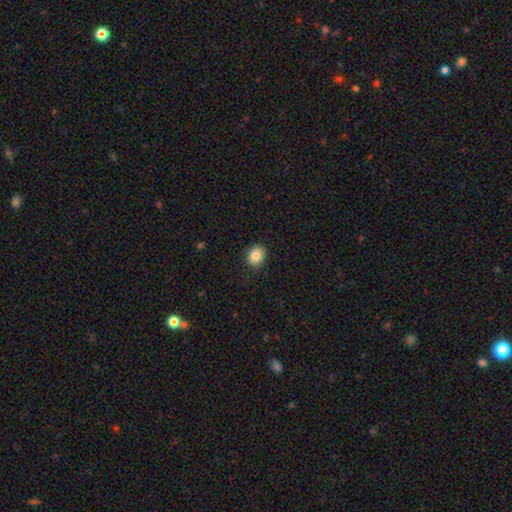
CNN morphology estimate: type=smooth (86%); roundness=in between (50%); merging=none (88%).